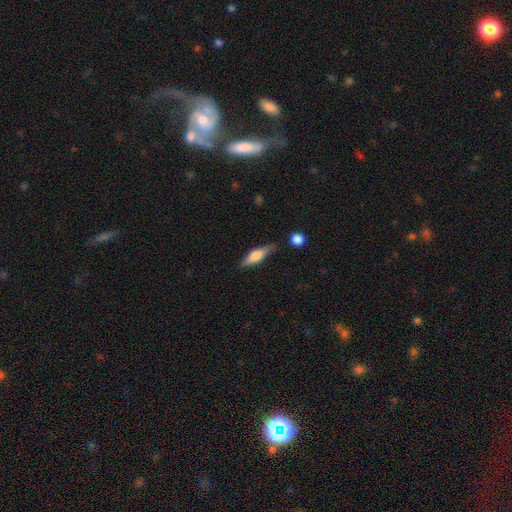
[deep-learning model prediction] Morphology: type=smooth (56%); roundness=cigar-shaped (55%); merging=none (74%).